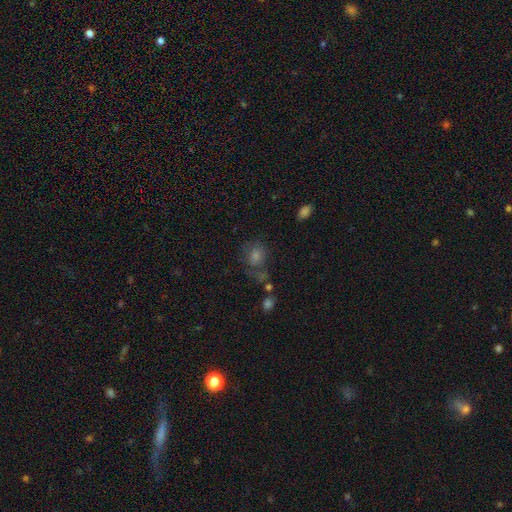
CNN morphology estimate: The model was most divided on "smooth or featured": smooth: 49%, star or artifact: 29%, featured or disk: 23%. More confident: merging — none (55%).